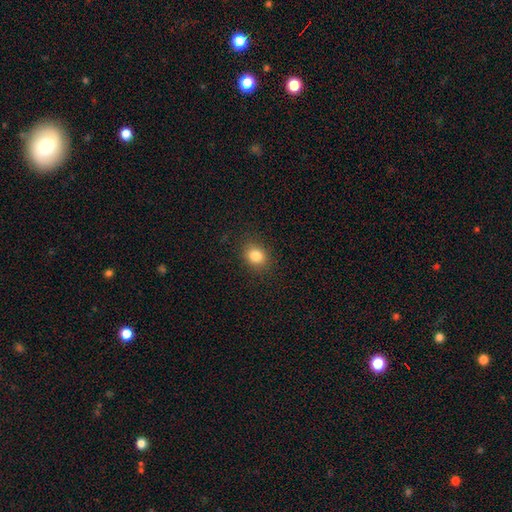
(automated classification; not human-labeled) Smooth or featured? Predicted: smooth (p=0.83). How rounded? Predicted: round (p=0.56). Merging? Predicted: none (p=0.88).